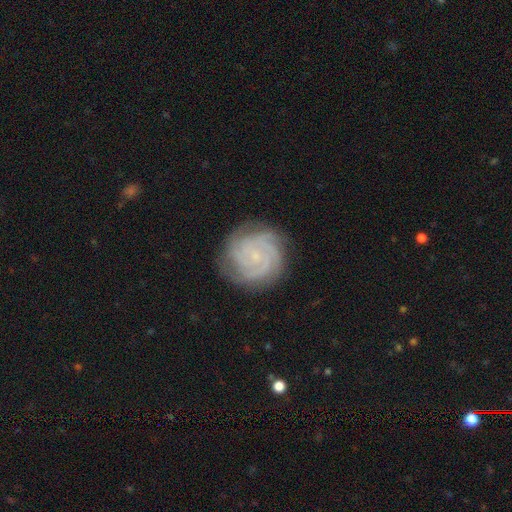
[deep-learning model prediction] Smooth or featured? featured or disk (85%)
Edge-on disk? no (98%)
Bar? no (74%)
Spiral arms? yes (98%)
Spiral winding? tight (77%)
Spiral arm count? 3 (33%)
Bulge size? small (78%)
Merging? none (82%)